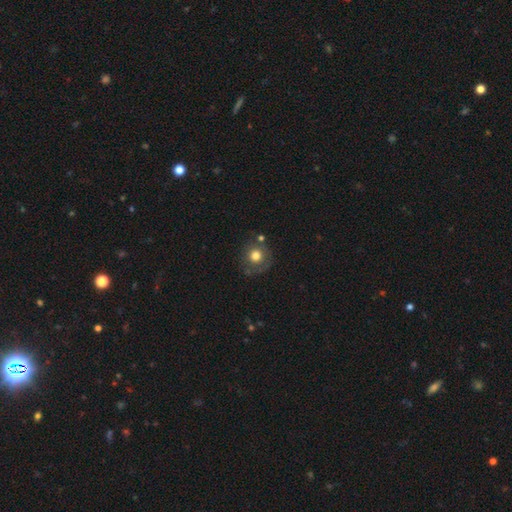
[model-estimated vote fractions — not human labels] smooth_or_featured: smooth (p=0.72) [alt: featured or disk p=0.18]
how_rounded: round (p=0.90) [alt: in between p=0.09]
merging: none (p=0.68) [alt: minor disturbance p=0.17]